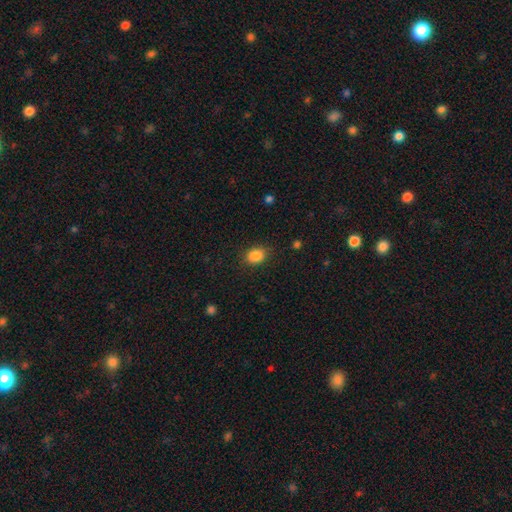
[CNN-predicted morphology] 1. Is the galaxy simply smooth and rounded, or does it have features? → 86% smooth, 10% star or artifact, 4% featured or disk.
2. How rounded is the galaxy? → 57% in between, 42% round, 1% cigar-shaped.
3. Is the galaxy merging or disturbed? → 83% none, 13% minor disturbance, 3% major disturbance, 1% merger.